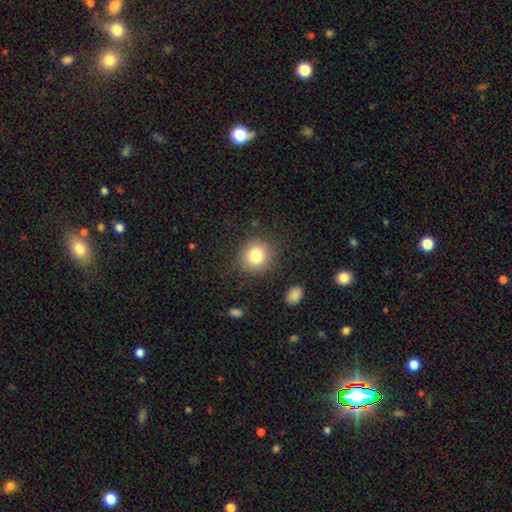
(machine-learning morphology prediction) This is clearly a smooth galaxy (81%). How rounded: clearly round (87%). Merging: clearly none (86%).